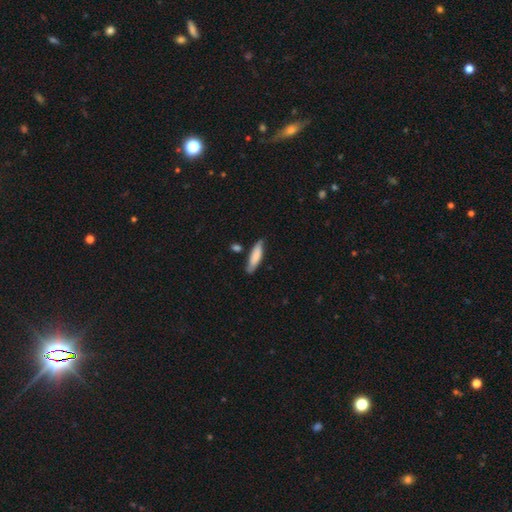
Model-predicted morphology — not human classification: smooth_or_featured: smooth (p=0.75) [alt: featured or disk p=0.19]
how_rounded: cigar-shaped (p=0.65) [alt: in between p=0.33]
merging: none (p=0.73) [alt: minor disturbance p=0.19]